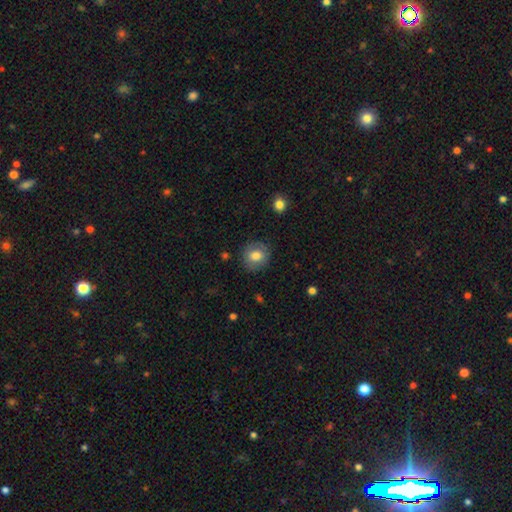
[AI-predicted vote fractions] Smooth or featured? smooth (76%)
How rounded? round (80%)
Merging? none (83%)